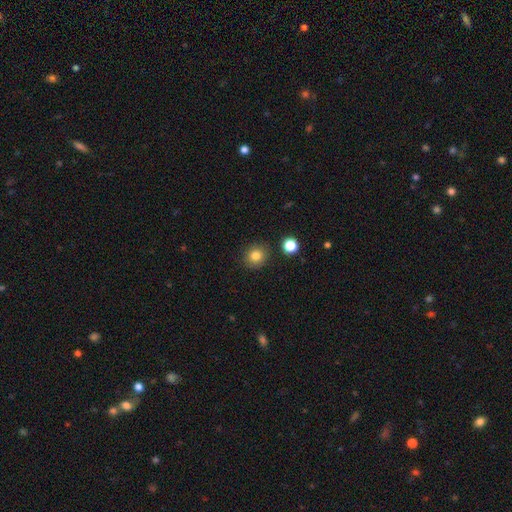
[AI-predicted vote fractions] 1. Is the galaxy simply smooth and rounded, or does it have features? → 82% smooth, 11% star or artifact, 7% featured or disk.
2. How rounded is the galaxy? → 82% round, 17% in between, 1% cigar-shaped.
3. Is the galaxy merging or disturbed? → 88% none, 8% minor disturbance, 2% merger, 2% major disturbance.